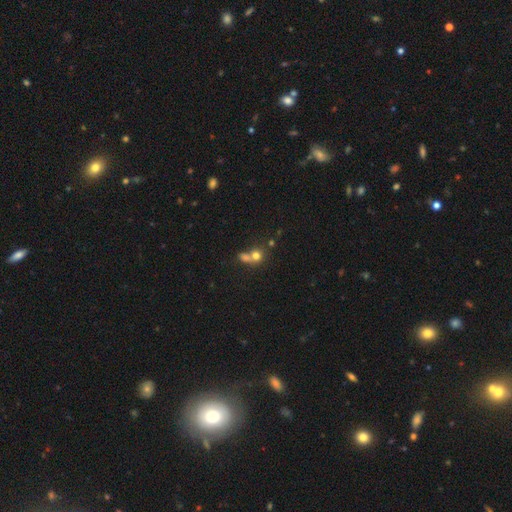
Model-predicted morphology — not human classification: Smooth or featured? smooth (71%)
How rounded? round (79%)
Merging? merger (55%)